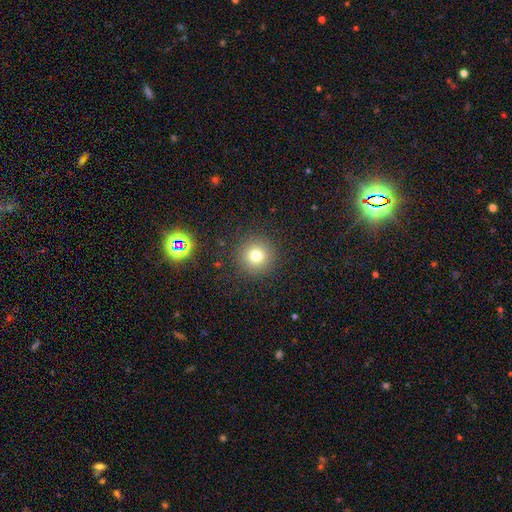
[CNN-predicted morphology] type=smooth (76%); roundness=round (95%); merging=none (90%).